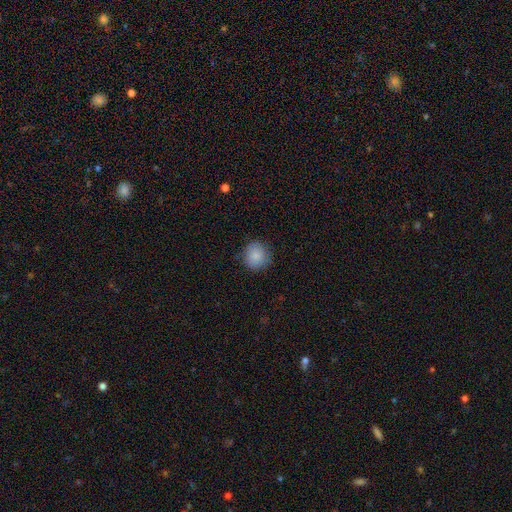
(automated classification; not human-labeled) Q: Smooth or featured?
A: smooth (87%); runner-up: star or artifact (8%)
Q: How rounded?
A: round (89%); runner-up: in between (10%)
Q: Merging?
A: none (85%); runner-up: minor disturbance (11%)